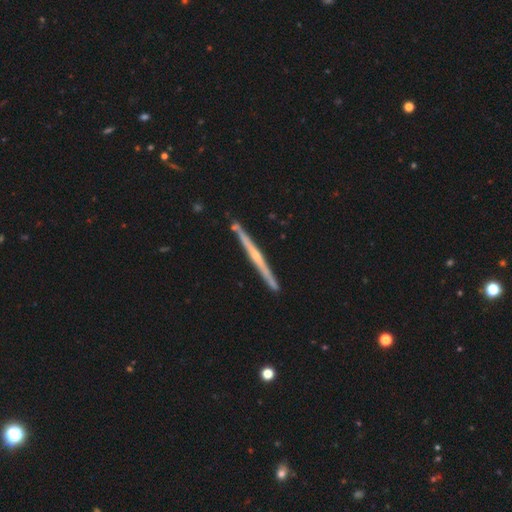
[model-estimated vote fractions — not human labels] smooth_or_featured: featured or disk (p=0.80) [alt: smooth p=0.15]
disk_edge_on: yes (p=0.98) [alt: no p=0.02]
edge_on_bulge: rounded (p=0.64) [alt: none p=0.30]
merging: none (p=0.90) [alt: minor disturbance p=0.07]